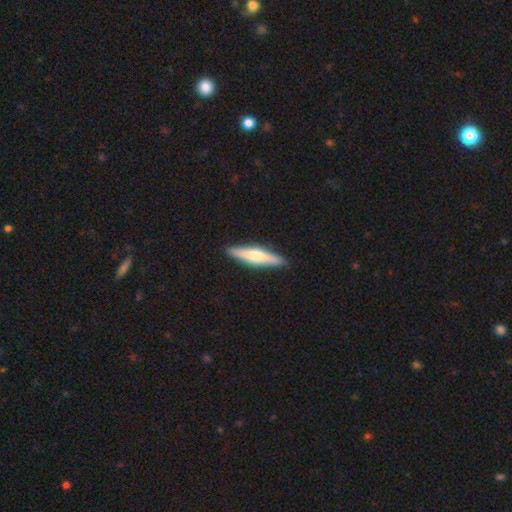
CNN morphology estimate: Q: Smooth or featured?
A: smooth (55%); runner-up: featured or disk (40%)
Q: How rounded?
A: cigar-shaped (84%); runner-up: in between (14%)
Q: Merging?
A: none (90%); runner-up: minor disturbance (8%)